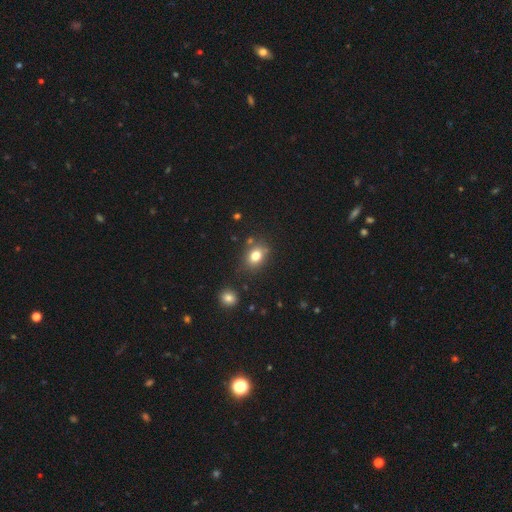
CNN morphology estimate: Smooth or featured? Predicted: smooth (p=0.79). How rounded? Predicted: in between (p=0.56). Merging? Predicted: none (p=0.76).